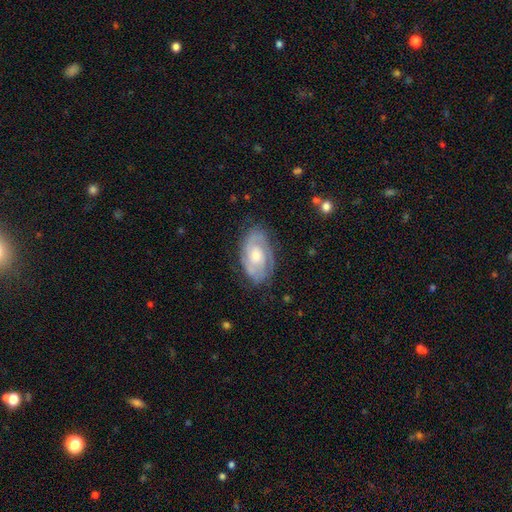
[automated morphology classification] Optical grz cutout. It shows a featured or disk galaxy (79%) with no bar (69%), 2 (53%) tight (59%) spiral arms (93%) and a moderate central bulge (54%). Merging: none (75%).